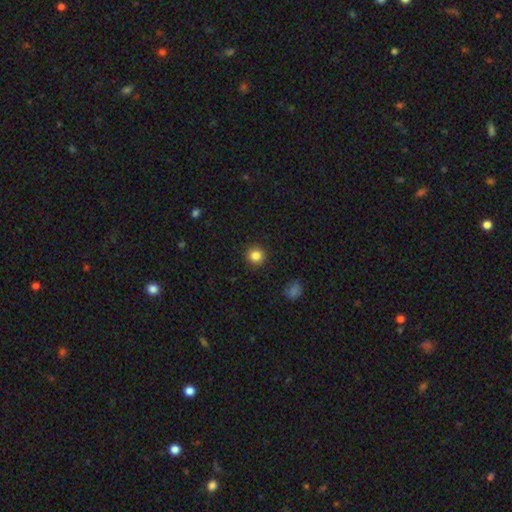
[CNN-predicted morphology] Overall: smooth (85%). How rounded: round (93%). Merging: none (92%).